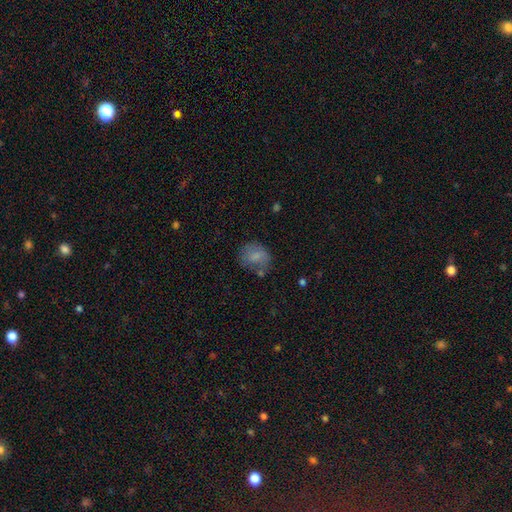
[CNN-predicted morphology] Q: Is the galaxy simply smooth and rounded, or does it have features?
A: smooth — 76%.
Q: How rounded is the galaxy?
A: round — 64%.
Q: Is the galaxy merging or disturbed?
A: none — 57%.